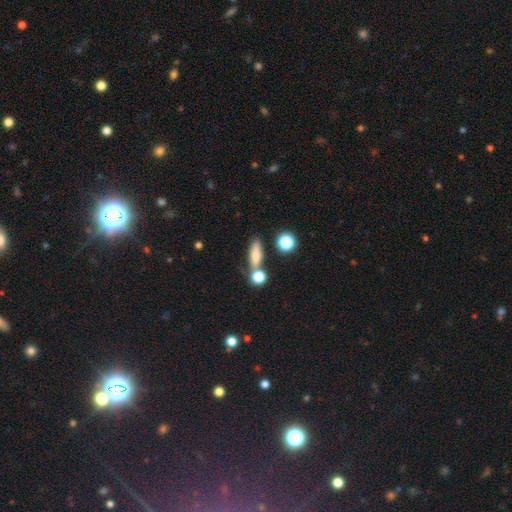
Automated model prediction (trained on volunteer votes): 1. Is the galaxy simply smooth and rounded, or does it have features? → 72% smooth, 16% featured or disk, 12% star or artifact.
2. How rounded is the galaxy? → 48% in between, 39% cigar-shaped, 13% round.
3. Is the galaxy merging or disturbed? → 62% none, 18% merger, 14% minor disturbance, 6% major disturbance.